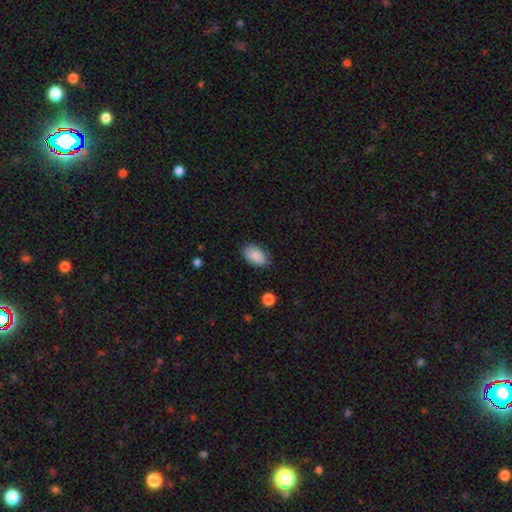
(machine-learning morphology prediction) A smooth galaxy with no disk features (88%) that is in between round and cigar-shaped (93%).

Vote fractions:
- Smooth or featured? smooth: 88% / star or artifact: 7% / featured or disk: 5%
- How rounded? in between: 93% / round: 5% / cigar-shaped: 2%
- Merging? none: 81% / minor disturbance: 15% / major disturbance: 3% / merger: 1%